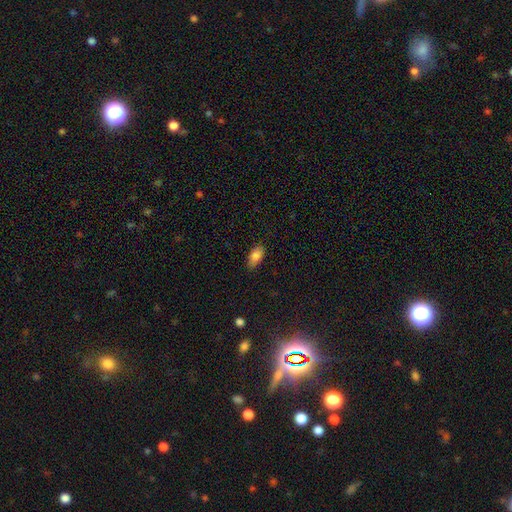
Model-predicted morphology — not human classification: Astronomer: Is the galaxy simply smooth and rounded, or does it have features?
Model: smooth — 85%.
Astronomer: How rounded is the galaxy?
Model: in between — 90%.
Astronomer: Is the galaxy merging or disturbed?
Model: none — 80%.